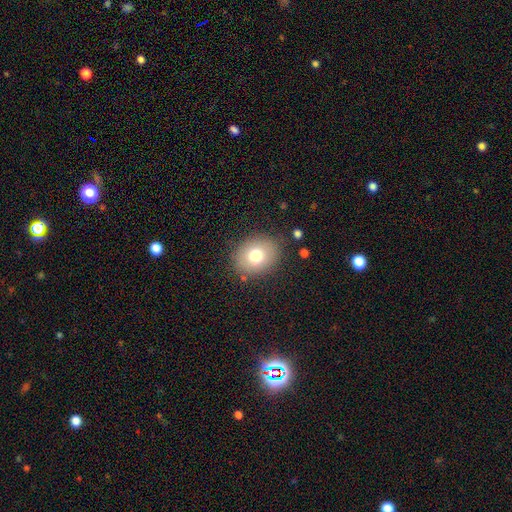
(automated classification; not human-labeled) This appears to be a smooth galaxy with no disk features (75%) that is round (51%). Merging: none (83%).